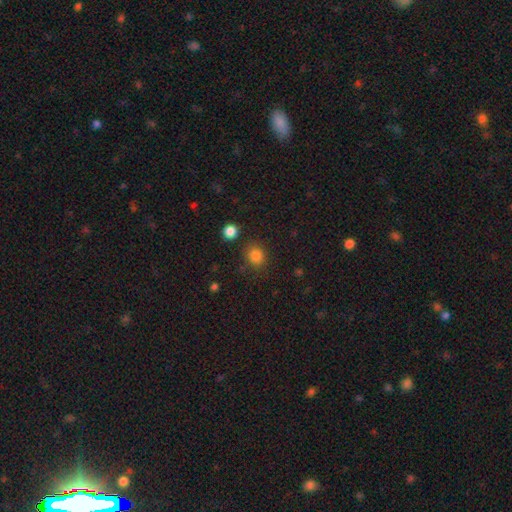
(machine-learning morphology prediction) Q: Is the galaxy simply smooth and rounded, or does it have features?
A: smooth — 83%.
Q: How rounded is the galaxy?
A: round — 75%.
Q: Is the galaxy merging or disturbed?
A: none — 80%.